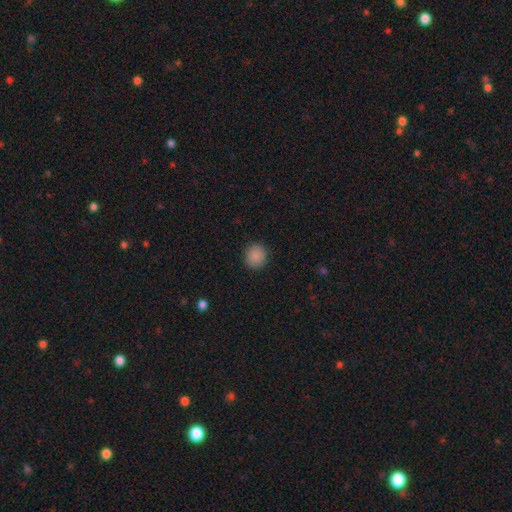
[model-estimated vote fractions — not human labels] Overall: smooth (88%). How rounded: round (87%). Merging: none (90%).